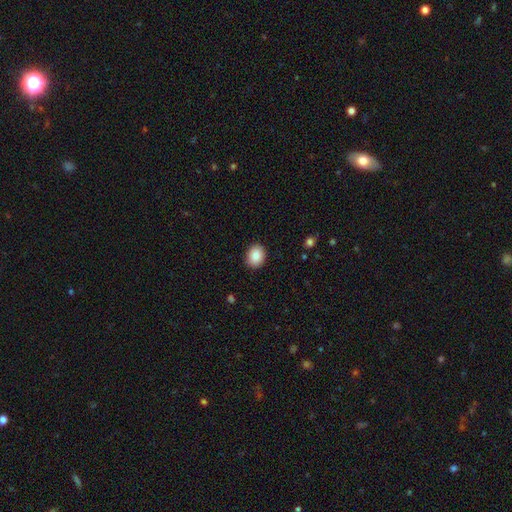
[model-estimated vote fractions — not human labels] smooth_or_featured: smooth (p=0.88) [alt: star or artifact p=0.08]
how_rounded: round (p=0.50) [alt: in between p=0.49]
merging: none (p=0.89) [alt: minor disturbance p=0.08]